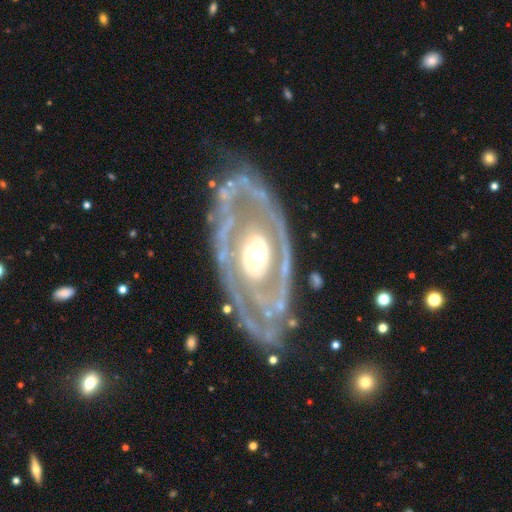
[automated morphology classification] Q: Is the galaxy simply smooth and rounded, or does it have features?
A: featured or disk — 87%.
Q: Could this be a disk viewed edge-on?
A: no — 93%.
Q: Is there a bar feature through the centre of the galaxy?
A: no — 78%.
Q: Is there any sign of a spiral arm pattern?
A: yes — 72%.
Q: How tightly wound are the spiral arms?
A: tight — 61%.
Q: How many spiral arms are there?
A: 2 — 54%.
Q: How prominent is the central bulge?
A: moderate — 61%.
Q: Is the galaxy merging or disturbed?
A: none — 75%.